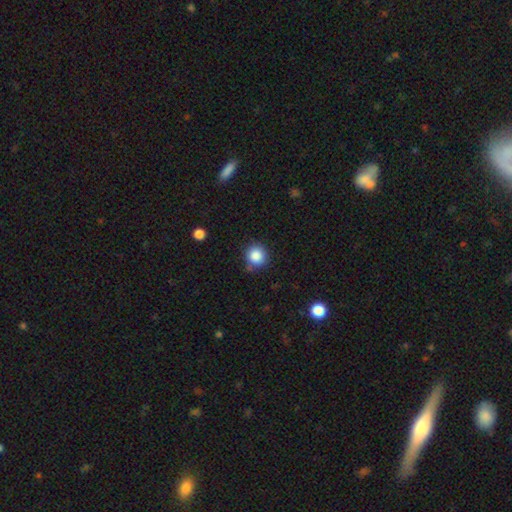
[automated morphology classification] This is clearly a smooth galaxy (86%). How rounded: clearly round (91%). Merging: clearly none (81%).